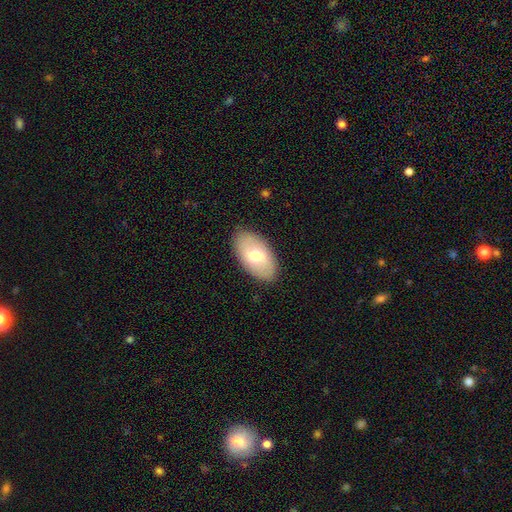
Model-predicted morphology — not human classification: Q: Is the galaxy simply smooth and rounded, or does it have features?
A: smooth — 68%.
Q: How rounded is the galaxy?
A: in between — 95%.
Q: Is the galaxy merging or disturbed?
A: none — 87%.